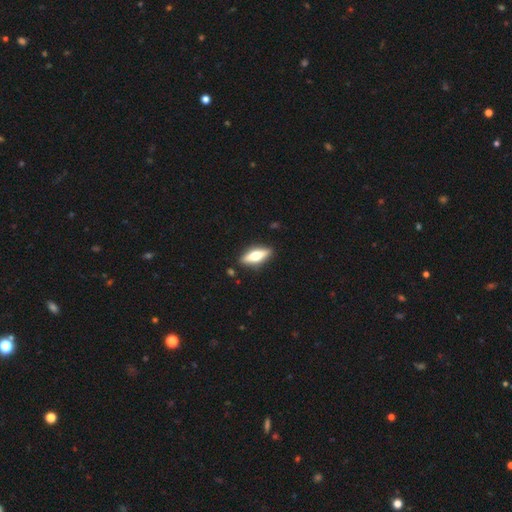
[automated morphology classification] A featured or disk galaxy (49%). Merging: none (88%).